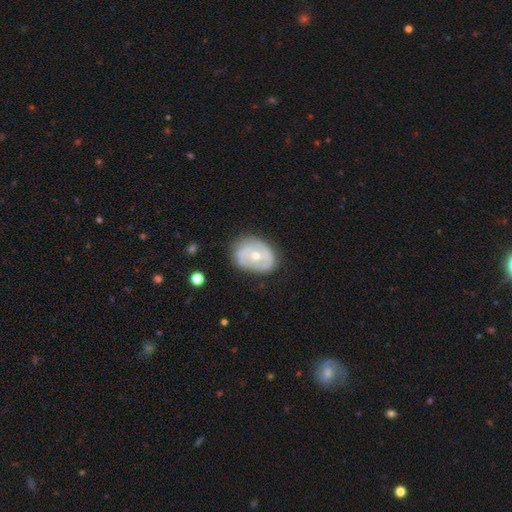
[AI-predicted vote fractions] This is likely a featured or disk galaxy (60%). It is clearly not viewed edge-on (95%). Bar: likely no (64%). Spiral arm pattern: likely no (60%). Central bulge: likely moderate (60%). Merging: likely none (67%).